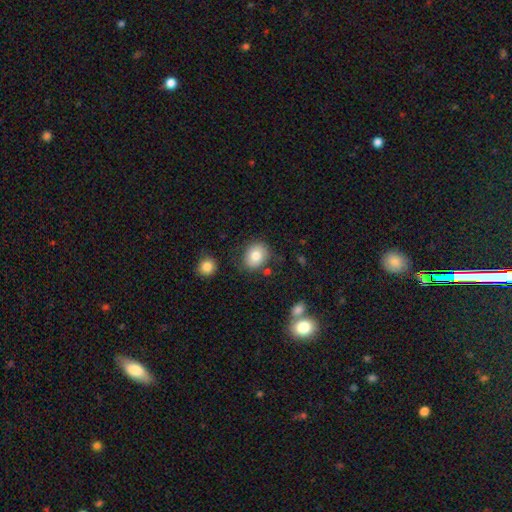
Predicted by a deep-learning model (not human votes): smooth 81%, featured or disk 11%, star or artifact 9%. Down the decision tree: how rounded — round (60%); merging — none (78%).